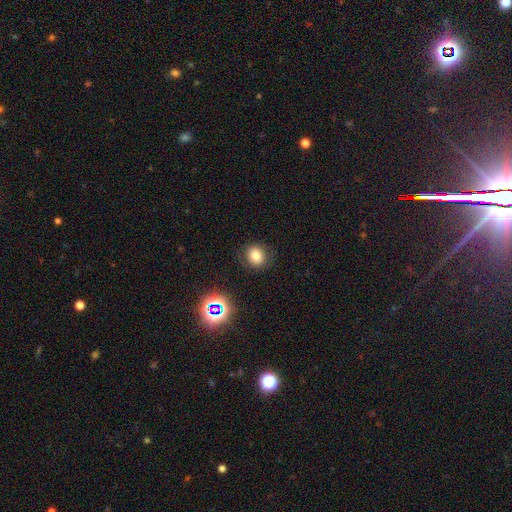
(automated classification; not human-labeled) This is likely a smooth galaxy (76%). How rounded: likely round (73%). Merging: clearly none (85%).